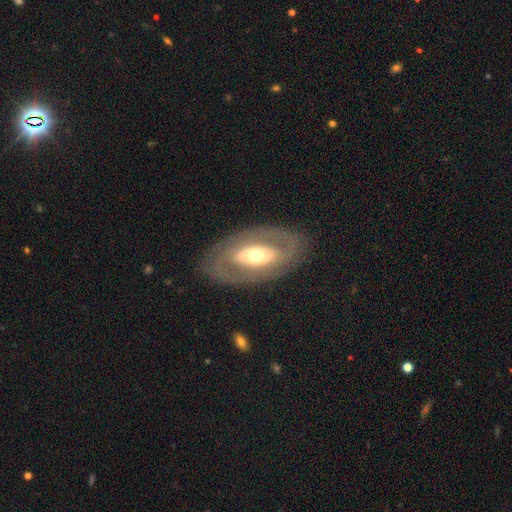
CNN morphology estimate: Q: Smooth or featured?
A: featured or disk (69%); runner-up: smooth (26%)
Q: Edge-on disk?
A: no (90%); runner-up: yes (10%)
Q: Bar?
A: no (64%); runner-up: weak (20%)
Q: Spiral arms?
A: no (68%); runner-up: yes (32%)
Q: Bulge size?
A: moderate (65%); runner-up: large (19%)
Q: Merging?
A: none (82%); runner-up: minor disturbance (10%)